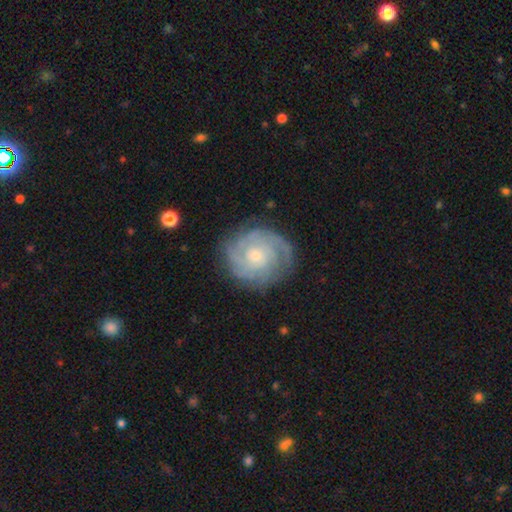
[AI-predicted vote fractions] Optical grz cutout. It shows a featured or disk galaxy (84%) with no bar (75%), tight (75%) spiral arms (96%) and a small central bulge (62%). Merging: none (81%).